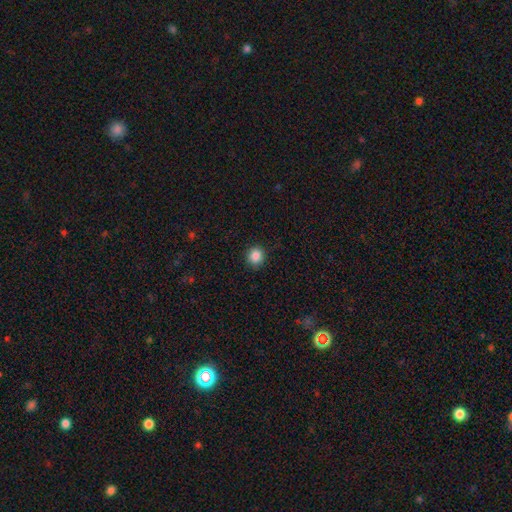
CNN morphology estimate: A smooth galaxy with no disk features (86%) that is round (85%).

Vote fractions:
- Smooth or featured? smooth: 86% / star or artifact: 10% / featured or disk: 4%
- How rounded? round: 85% / in between: 14% / cigar-shaped: 1%
- Merging? none: 89% / minor disturbance: 8% / major disturbance: 2% / merger: 1%